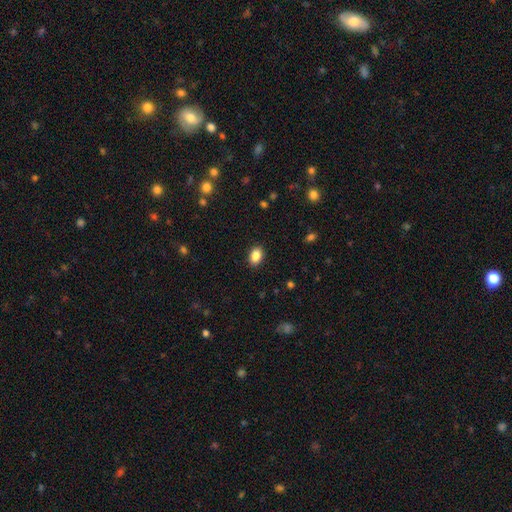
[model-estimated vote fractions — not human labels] Smooth or featured?
  - smooth: 87% *
  - star or artifact: 8%
  - featured or disk: 5%
How rounded?
  - in between: 82% *
  - round: 17%
  - cigar-shaped: 1%
Merging?
  - none: 89% *
  - minor disturbance: 8%
  - major disturbance: 2%
  - merger: 1%